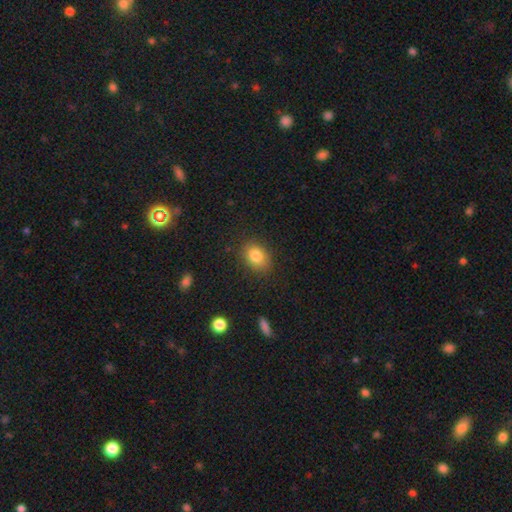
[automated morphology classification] type=smooth (83%); roundness=in between (62%); merging=none (84%).